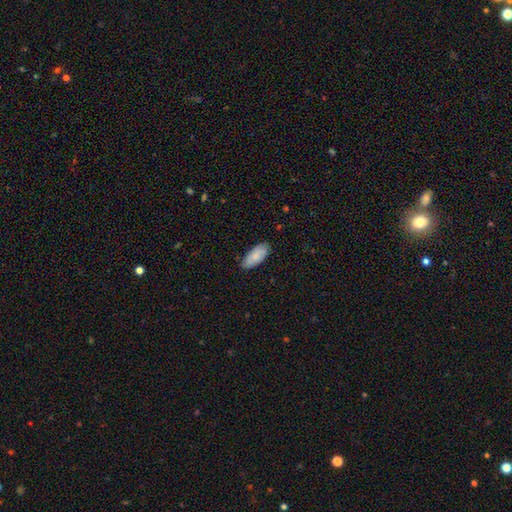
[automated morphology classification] This is clearly a smooth galaxy (82%). How rounded: clearly in between (88%). Merging: clearly none (82%).